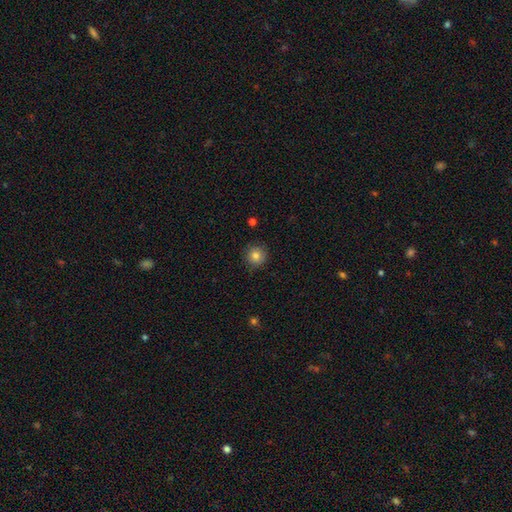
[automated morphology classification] Smooth or featured? Predicted: smooth (p=0.82). How rounded? Predicted: round (p=0.94). Merging? Predicted: none (p=0.88).